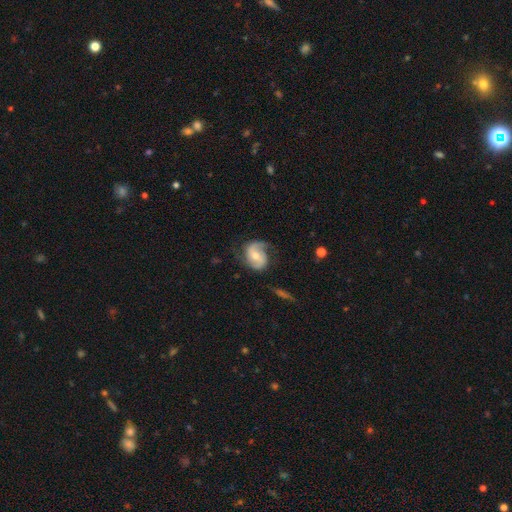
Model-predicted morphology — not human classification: smooth-or-featured: featured or disk: 76% | smooth: 18% | star or artifact: 6%
  disk-edge-on: no: 97% | yes: 3%
    bar: no: 49% | weak: 39% | strong: 12%
    has-spiral-arms: yes: 94% | no: 6%
      spiral-winding: medium: 44% | loose: 32% | tight: 23%
      spiral-arm-count: 2: 80% | 1: 9% | can't tell: 7% | 3: 2% | 4: 1% | more than 4: 1%
    bulge-size: moderate: 57% | small: 36% | large: 4% | none: 2% | dominant: 1%
  merging: none: 64% | minor disturbance: 22% | major disturbance: 13% | merger: 2%